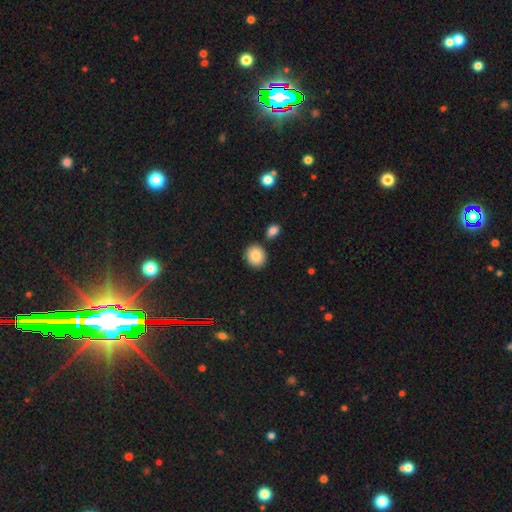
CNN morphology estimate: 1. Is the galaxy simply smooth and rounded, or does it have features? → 86% smooth, 8% star or artifact, 6% featured or disk.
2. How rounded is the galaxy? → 68% round, 31% in between, 1% cigar-shaped.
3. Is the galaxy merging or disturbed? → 84% none, 8% minor disturbance, 7% merger, 2% major disturbance.